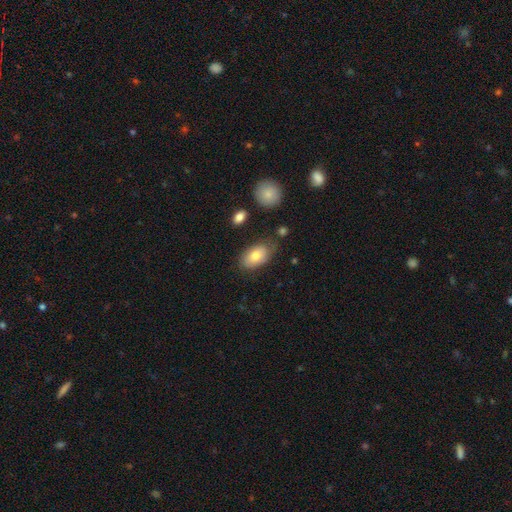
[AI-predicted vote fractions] A smooth galaxy with no disk features (78%) that is in between round and cigar-shaped (92%). Merging: none (71%).